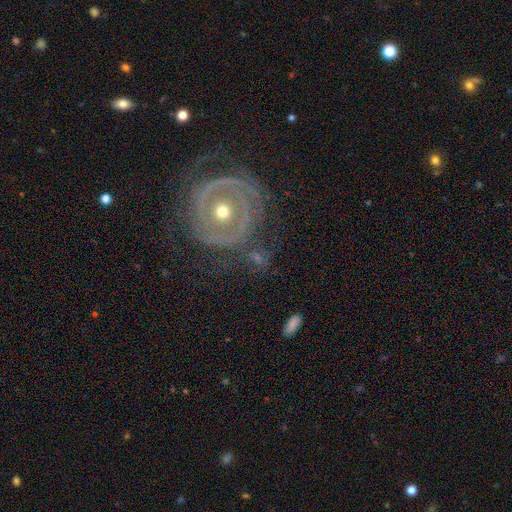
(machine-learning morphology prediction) Overall: featured or disk (78%). Edge-on disk: no (95%). Bar: no (74%). Spiral arms: yes (77%). Spiral arm count: 2 (38%; can't tell 26%). Spiral winding: tight (73%). Bulge size: moderate (65%; small 30%). Merging: none (68%).